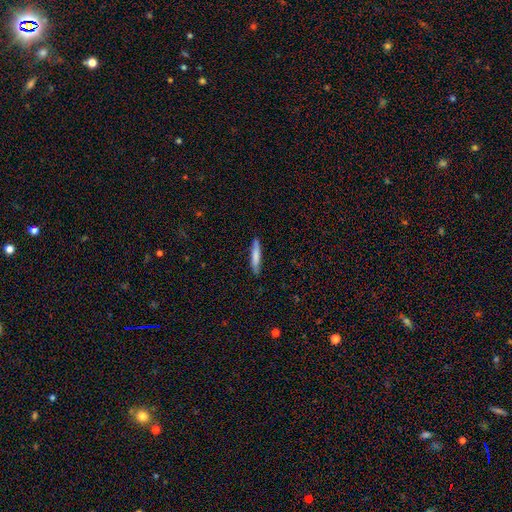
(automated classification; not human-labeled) smooth_or_featured: smooth (p=0.72) [alt: featured or disk p=0.22]
how_rounded: cigar-shaped (p=0.93) [alt: in between p=0.06]
merging: none (p=0.87) [alt: minor disturbance p=0.10]